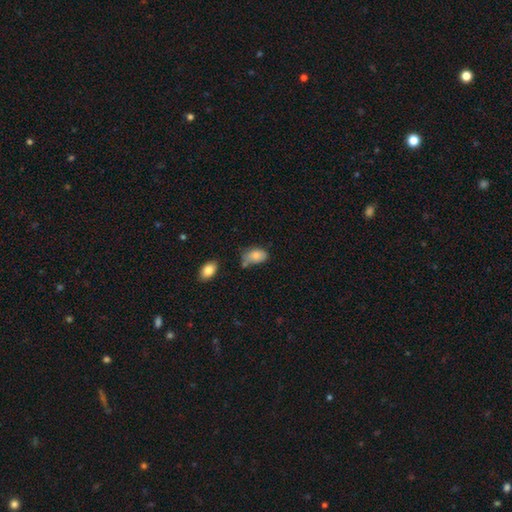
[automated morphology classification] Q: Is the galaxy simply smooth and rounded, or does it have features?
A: smooth — 81%.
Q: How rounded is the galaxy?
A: in between — 90%.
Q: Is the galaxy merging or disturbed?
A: none — 48%.